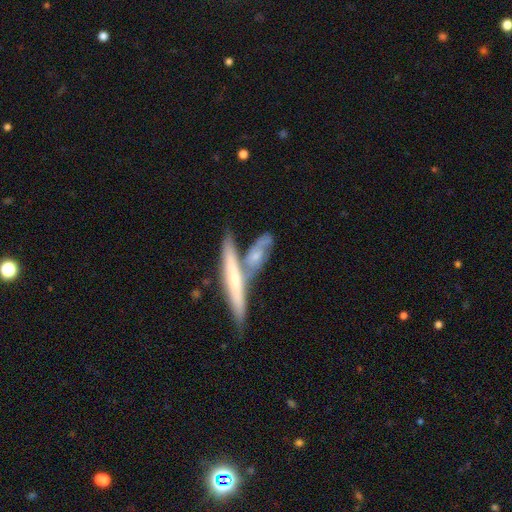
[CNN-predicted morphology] A featured or disk galaxy (59%) viewed edge-on (55%).

Vote fractions:
- Smooth or featured? featured or disk: 59% / smooth: 35% / star or artifact: 6%
- Edge-on disk? yes: 55% / no: 45%
- Merging? none: 41% / merger: 40% / minor disturbance: 13% / major disturbance: 5%